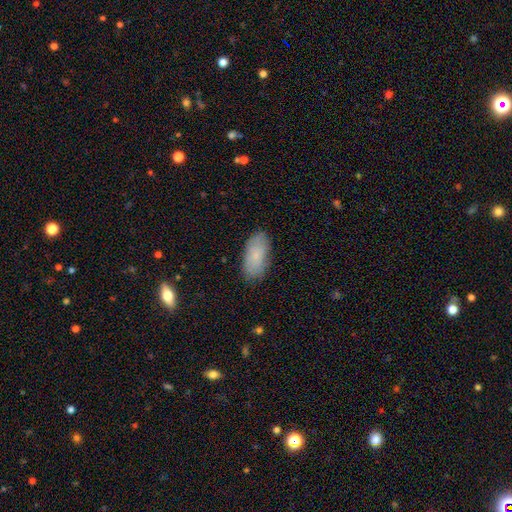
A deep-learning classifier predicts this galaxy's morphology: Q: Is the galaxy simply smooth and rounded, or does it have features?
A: smooth — 77%.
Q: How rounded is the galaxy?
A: in between — 92%.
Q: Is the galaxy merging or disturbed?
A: none — 82%.